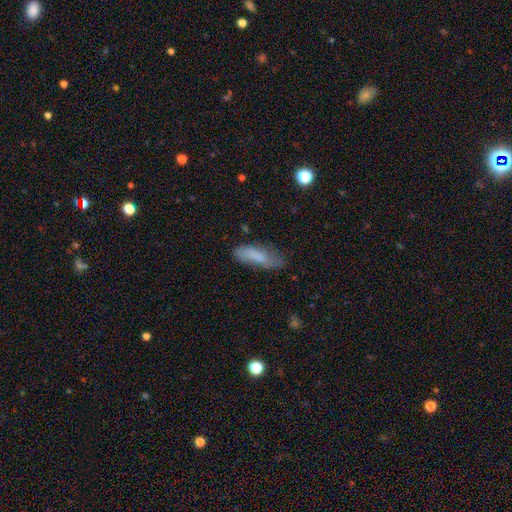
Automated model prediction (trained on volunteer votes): Q: Smooth or featured?
A: smooth (73%); runner-up: featured or disk (19%)
Q: How rounded?
A: in between (55%); runner-up: cigar-shaped (43%)
Q: Merging?
A: none (61%); runner-up: minor disturbance (28%)